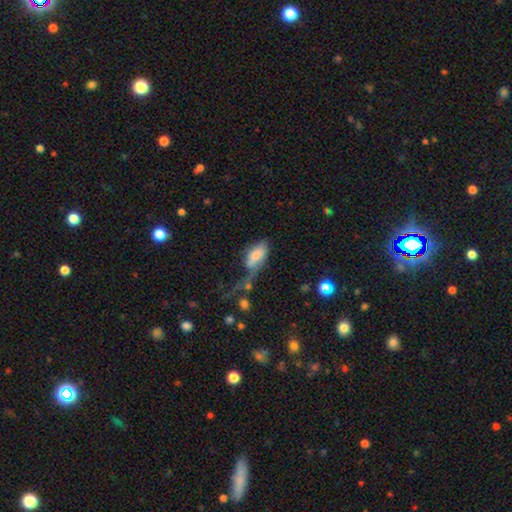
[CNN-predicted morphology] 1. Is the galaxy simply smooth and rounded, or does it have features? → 76% smooth, 17% featured or disk, 8% star or artifact.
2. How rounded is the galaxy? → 89% in between, 8% cigar-shaped, 3% round.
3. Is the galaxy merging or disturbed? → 36% major disturbance, 23% none, 22% minor disturbance, 19% merger.